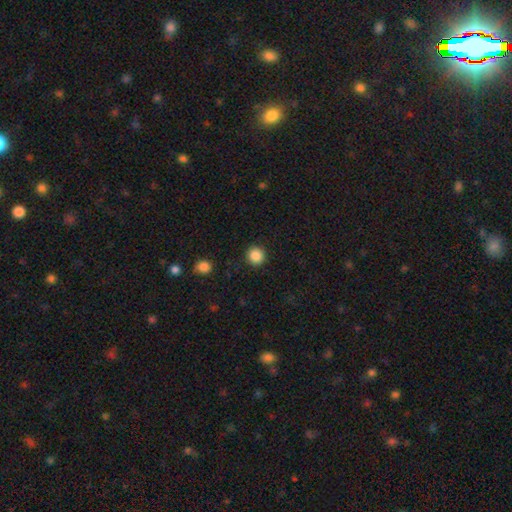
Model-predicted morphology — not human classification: This is clearly a smooth galaxy (87%). How rounded: clearly round (95%). Merging: clearly none (91%).